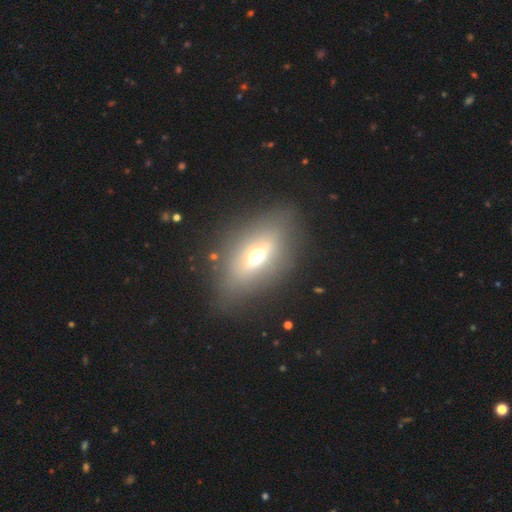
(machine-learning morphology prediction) Smooth or featured? Predicted: smooth (p=0.49). Merging? Predicted: none (p=0.78).